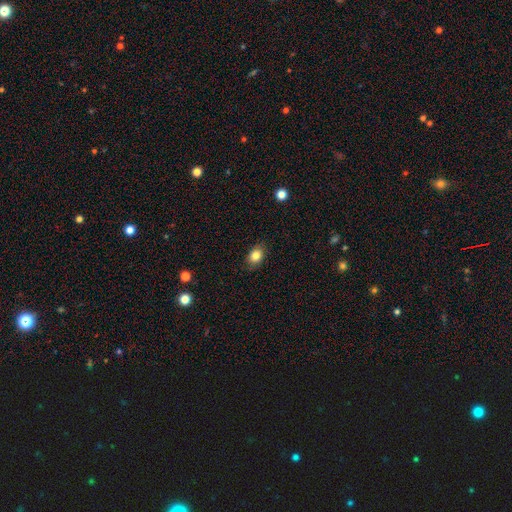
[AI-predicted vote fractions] Q: Smooth or featured?
A: smooth (83%); runner-up: star or artifact (9%)
Q: How rounded?
A: in between (72%); runner-up: round (27%)
Q: Merging?
A: none (85%); runner-up: minor disturbance (12%)